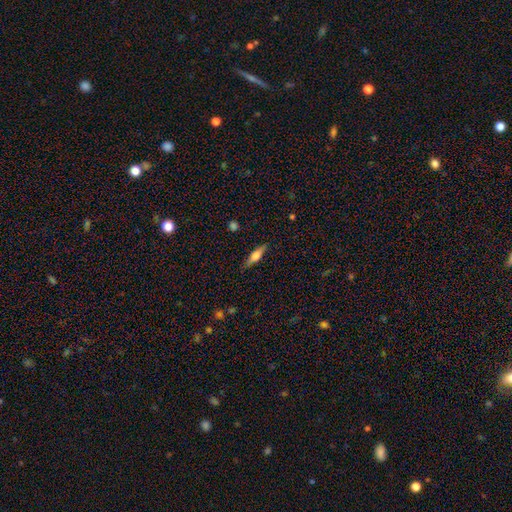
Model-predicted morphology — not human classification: type=smooth (47%); merging=none (86%).